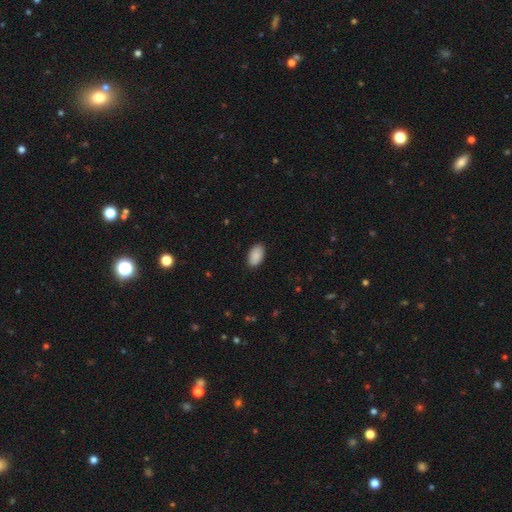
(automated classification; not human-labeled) Morphology: type=smooth (90%); roundness=in between (95%); merging=none (88%).